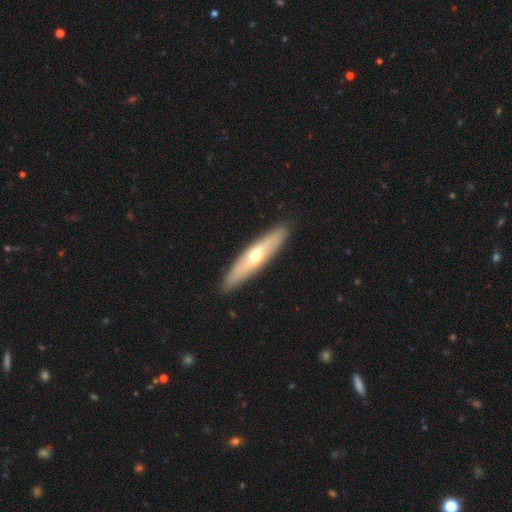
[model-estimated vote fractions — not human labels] Morphology: type=featured or disk (52%); edge-on=yes (70%); merging=none (90%).